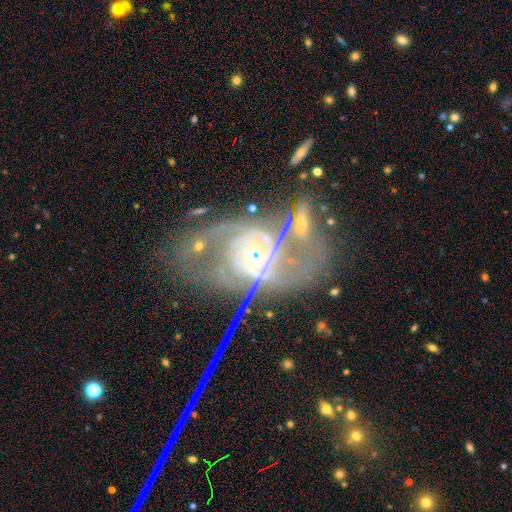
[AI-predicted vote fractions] Overall: featured or disk (85%). Edge-on disk: no (95%). Bar: no (64%; weak 24%). Spiral arms: yes (91%). Spiral arm count: 2 (45%; can't tell 24%). Spiral winding: tight (44%; medium 39%). Bulge size: moderate (50%; small 39%). Merging: none (35%; major disturbance 30%).